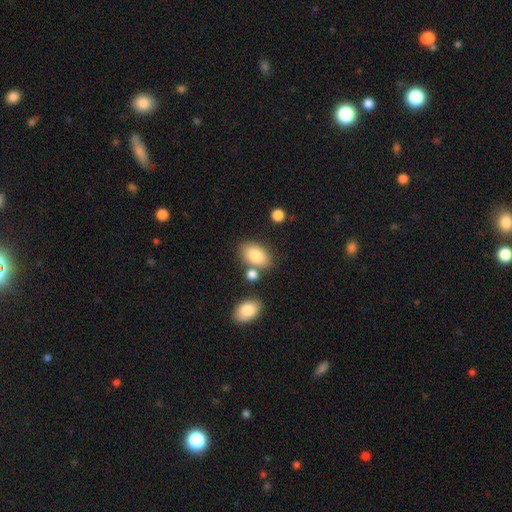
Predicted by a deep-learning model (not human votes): Smooth or featured? Predicted: smooth (p=0.85). How rounded? Predicted: in between (p=0.90). Merging? Predicted: none (p=0.67).